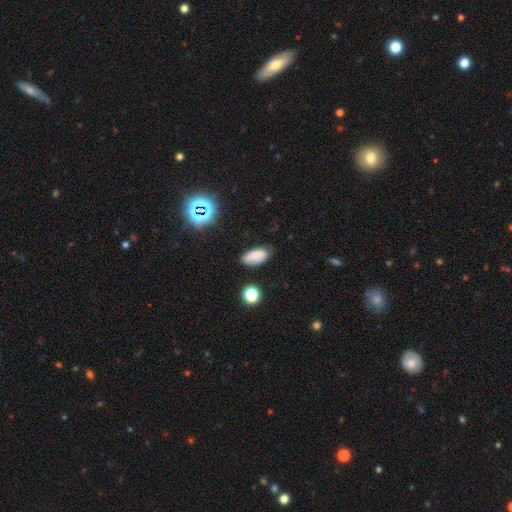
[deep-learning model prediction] A smooth galaxy with no disk features (74%) that is in between round and cigar-shaped (89%). Merging: none (74%).